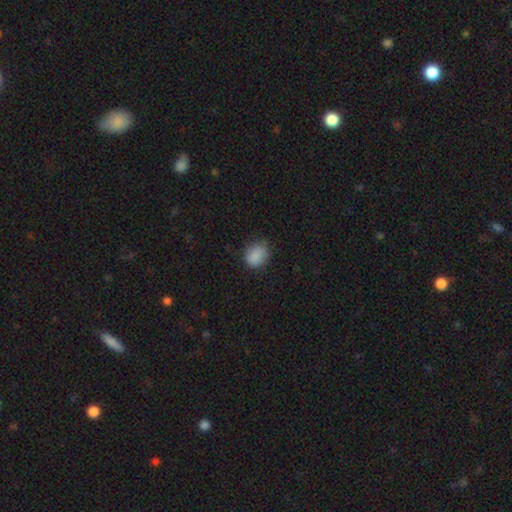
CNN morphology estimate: A smooth galaxy with no disk features (85%) that is round (52%). Merging: none (71%).